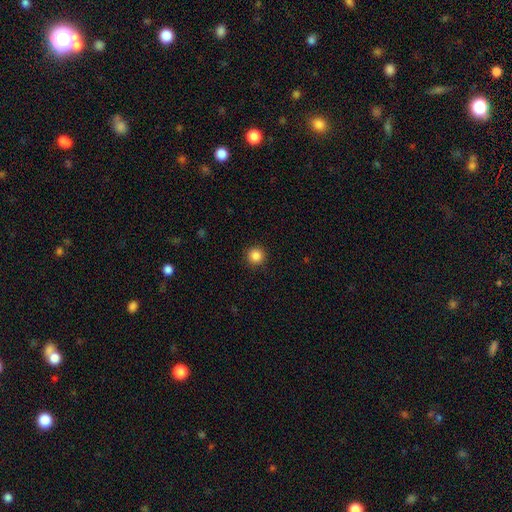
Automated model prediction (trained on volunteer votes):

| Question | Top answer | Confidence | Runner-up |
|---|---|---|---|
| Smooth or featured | smooth | 86% | star or artifact (11%) |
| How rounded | round | 96% | in between (3%) |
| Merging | none | 93% | minor disturbance (5%) |